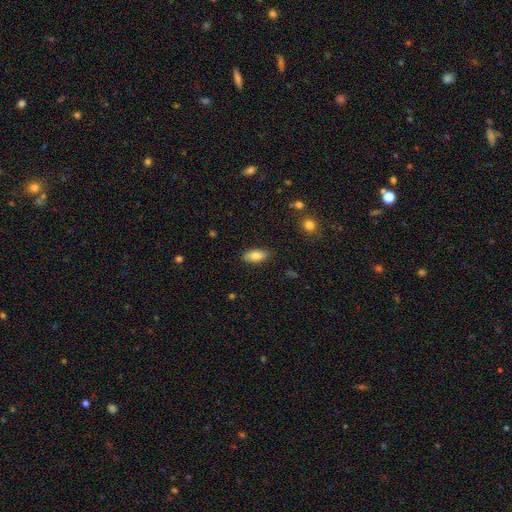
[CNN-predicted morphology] type=smooth (79%); roundness=in between (89%); merging=none (87%).